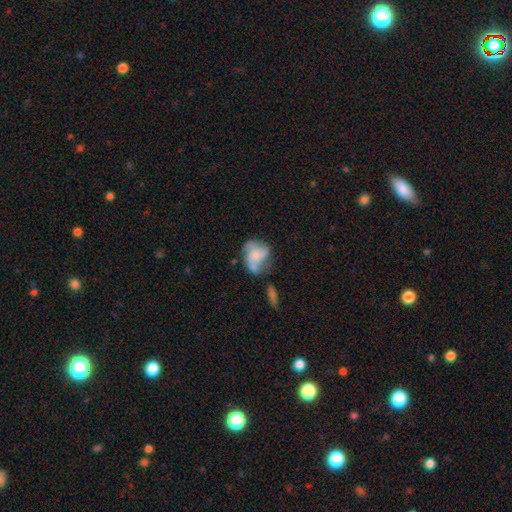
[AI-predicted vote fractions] Smooth or featured: featured or disk — 50% (smooth — 41%)
Merging: none — 37% (major disturbance — 23%)